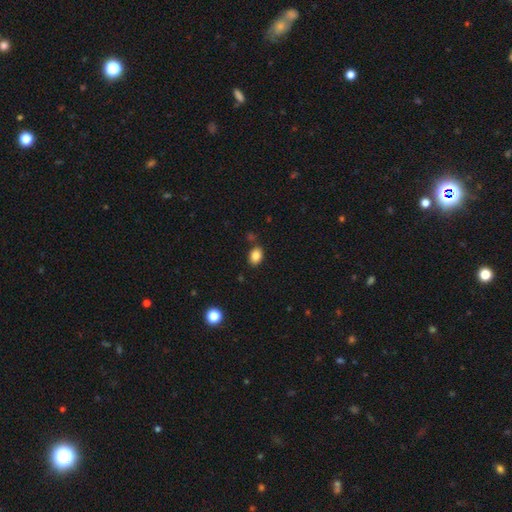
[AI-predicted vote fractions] Morphology: type=smooth (85%); roundness=in between (77%); merging=none (81%).